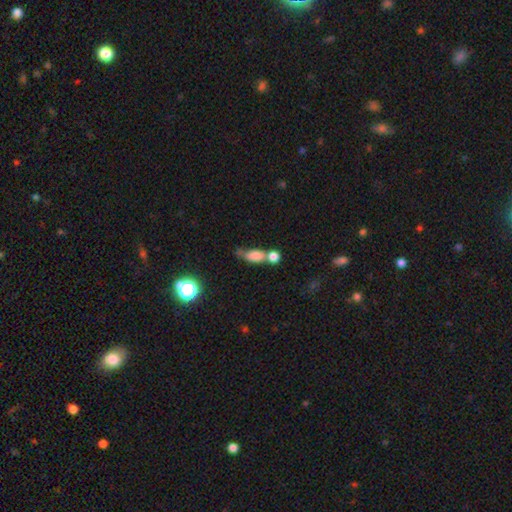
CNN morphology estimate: type=smooth (73%); roundness=in between (65%); merging=merger (50%).